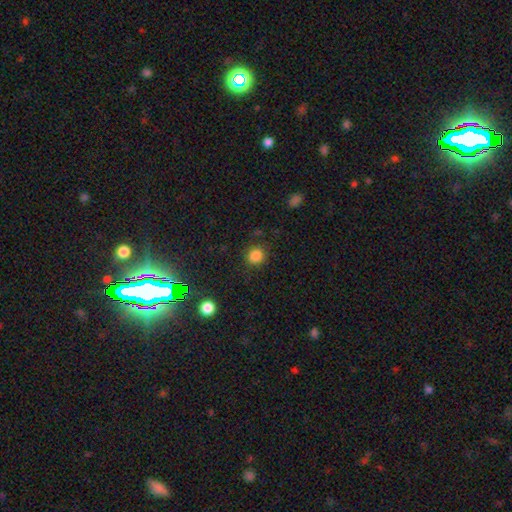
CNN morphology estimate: A smooth galaxy with no disk features (83%) that is round (88%). Merging: none (86%).